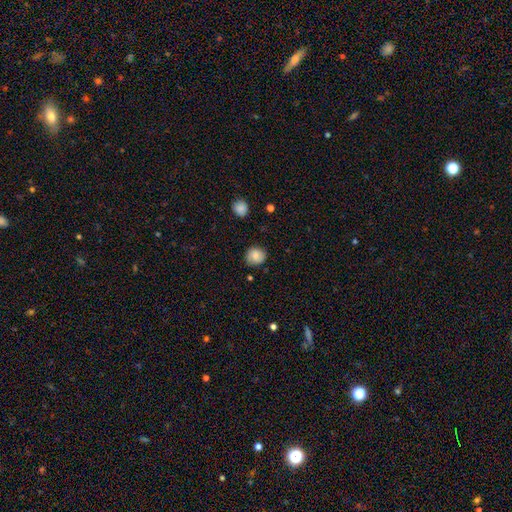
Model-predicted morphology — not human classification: Q: Smooth or featured?
A: smooth (81%); runner-up: featured or disk (11%)
Q: How rounded?
A: round (83%); runner-up: in between (16%)
Q: Merging?
A: none (83%); runner-up: minor disturbance (13%)